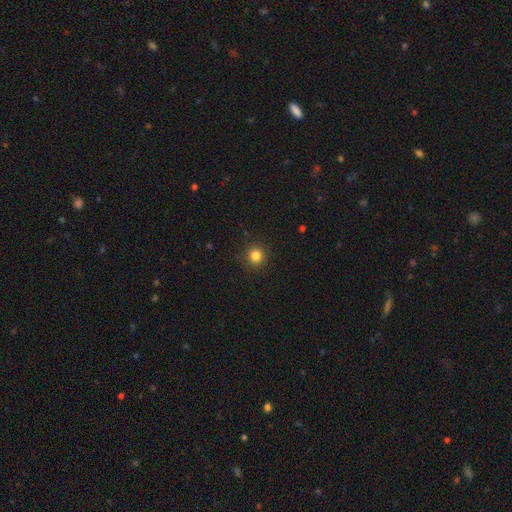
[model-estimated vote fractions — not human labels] This appears to be a smooth galaxy with no disk features (83%) that is round (93%). Merging: none (91%).